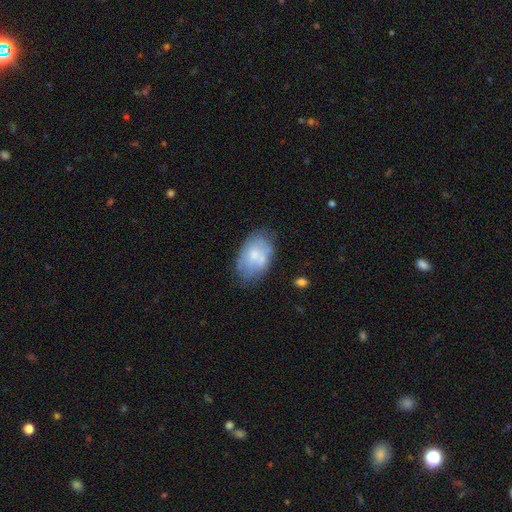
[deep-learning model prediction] This is possibly a smooth galaxy (59%). How rounded: clearly in between (88%). Merging: possibly none (57%).